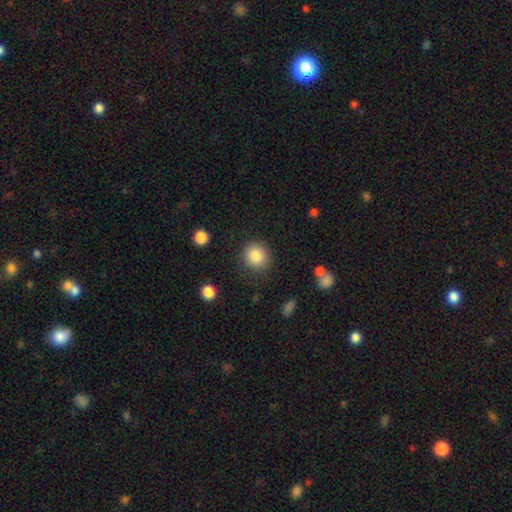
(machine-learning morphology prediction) type=smooth (85%); roundness=round (89%); merging=none (86%).